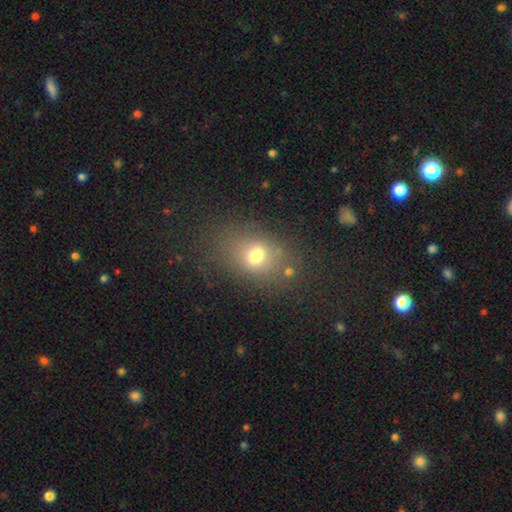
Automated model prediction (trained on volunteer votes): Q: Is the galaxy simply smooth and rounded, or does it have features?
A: smooth — 70%.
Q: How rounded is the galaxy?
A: in between — 64%.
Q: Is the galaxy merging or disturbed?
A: none — 73%.